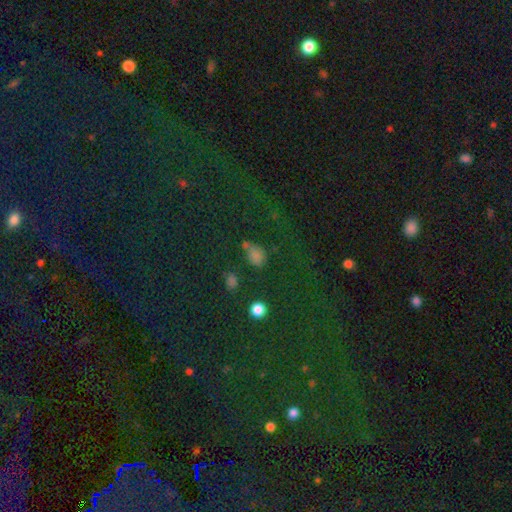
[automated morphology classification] This appears to be a smooth galaxy with no disk features (61%) that is in between round and cigar-shaped (64%). Merging: none (49%).